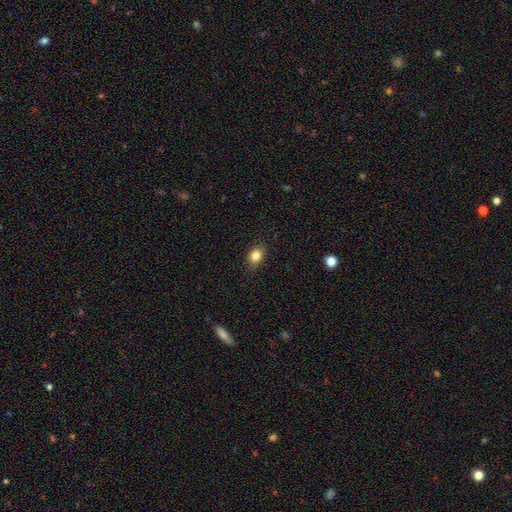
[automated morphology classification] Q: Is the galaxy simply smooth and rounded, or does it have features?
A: smooth — 84%.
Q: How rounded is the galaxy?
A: in between — 68%.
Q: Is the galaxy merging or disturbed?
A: none — 86%.